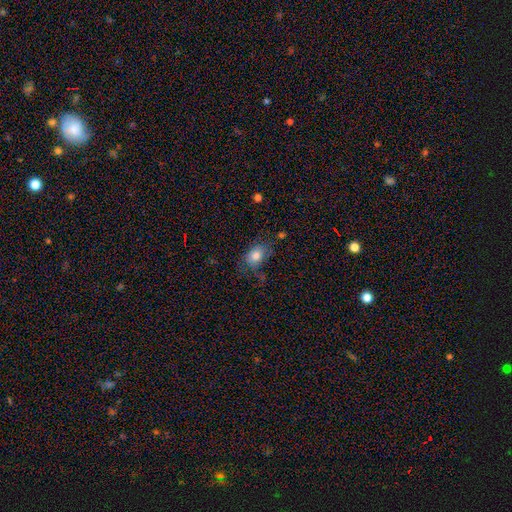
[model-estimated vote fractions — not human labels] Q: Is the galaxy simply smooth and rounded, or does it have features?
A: smooth — 79%.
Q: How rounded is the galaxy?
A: in between — 71%.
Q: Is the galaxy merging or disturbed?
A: none — 61%.